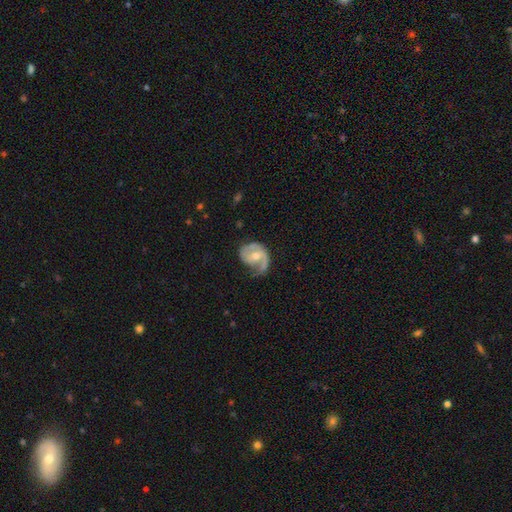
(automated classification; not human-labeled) A featured or disk galaxy (80%) with no bar (49%), 2 (57%) medium (45%) spiral arms (93%) and a moderate central bulge (60%). Merging: none (49%).